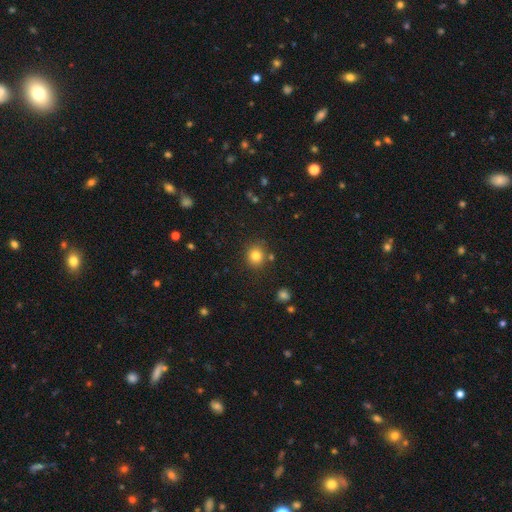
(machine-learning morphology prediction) This appears to be a smooth galaxy with no disk features (82%) that is round (86%). Merging: none (83%).